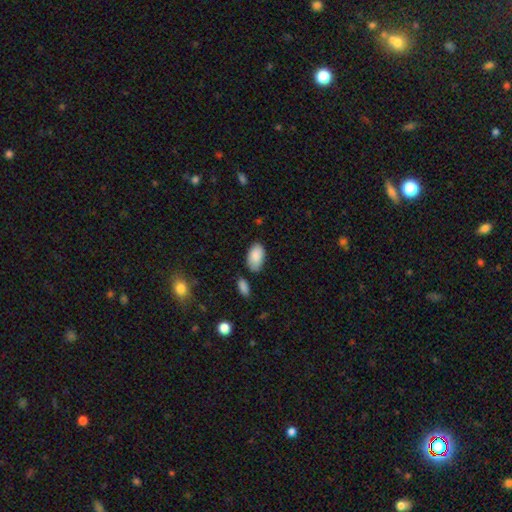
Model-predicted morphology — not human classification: Smooth or featured: smooth — 88% (star or artifact — 7%)
How rounded: in between — 94% (round — 4%)
Merging: none — 73% (minor disturbance — 17%)